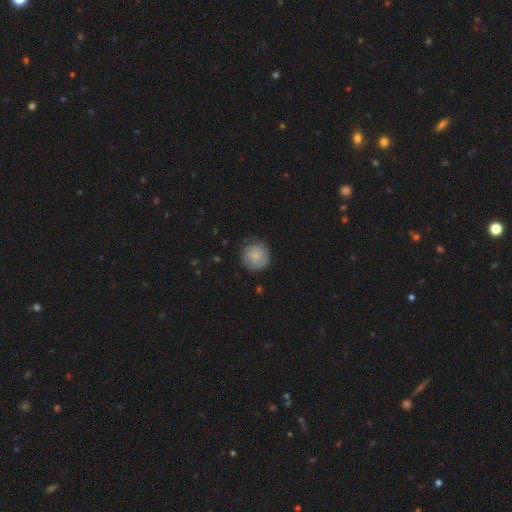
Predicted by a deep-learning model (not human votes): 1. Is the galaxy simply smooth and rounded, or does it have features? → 77% smooth, 16% featured or disk, 7% star or artifact.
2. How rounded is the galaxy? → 94% round, 5% in between, 1% cigar-shaped.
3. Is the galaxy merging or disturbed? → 77% none, 18% minor disturbance, 4% major disturbance, 1% merger.